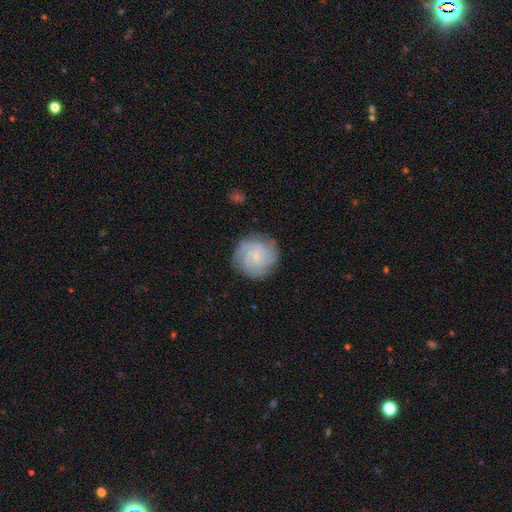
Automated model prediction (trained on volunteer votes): Smooth or featured: featured or disk — 69% (smooth — 23%)
Edge-on disk: no — 98% (yes — 2%)
Bar: no — 75% (weak — 22%)
Spiral arms: yes — 94% (no — 6%)
Spiral winding: tight — 68% (medium — 26%)
Spiral arm count: can't tell — 30% (3 — 27%)
Bulge size: small — 79% (moderate — 12%)
Merging: none — 81% (minor disturbance — 13%)